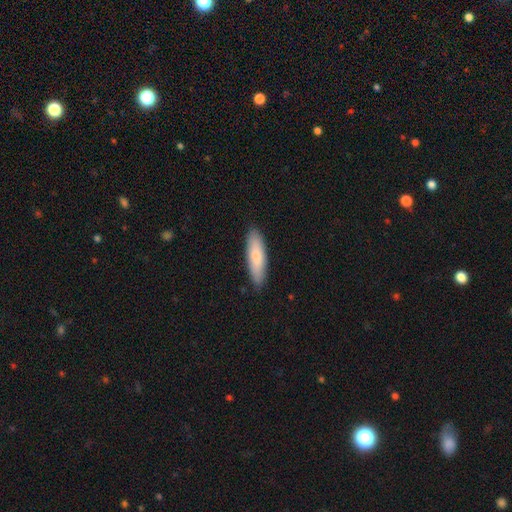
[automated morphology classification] Smooth or featured?
  - smooth: 72% *
  - featured or disk: 22%
  - star or artifact: 6%
How rounded?
  - cigar-shaped: 53% *
  - in between: 45%
  - round: 2%
Merging?
  - none: 88% *
  - minor disturbance: 10%
  - major disturbance: 2%
  - merger: 1%